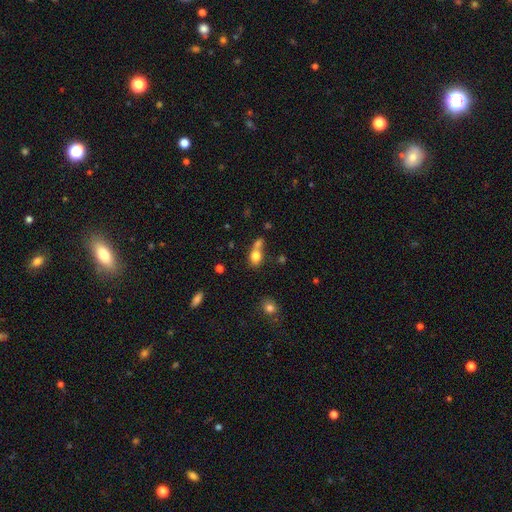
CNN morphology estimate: This appears to be a smooth galaxy with no disk features (79%) that is in between round and cigar-shaped (62%). Merging: merger (50%).